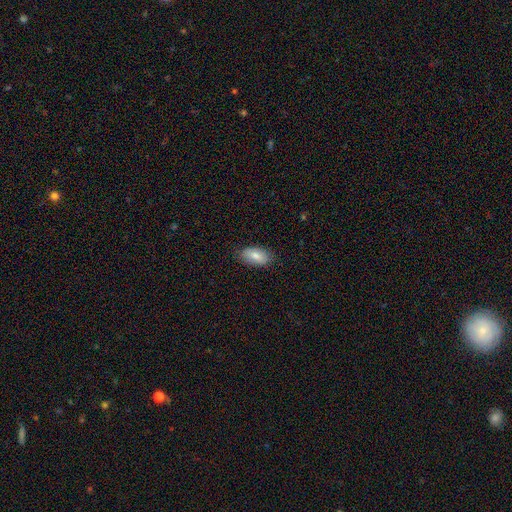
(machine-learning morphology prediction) smooth_or_featured: smooth (p=0.80) [alt: featured or disk p=0.13]
how_rounded: in between (p=0.92) [alt: cigar-shaped p=0.05]
merging: none (p=0.83) [alt: minor disturbance p=0.13]